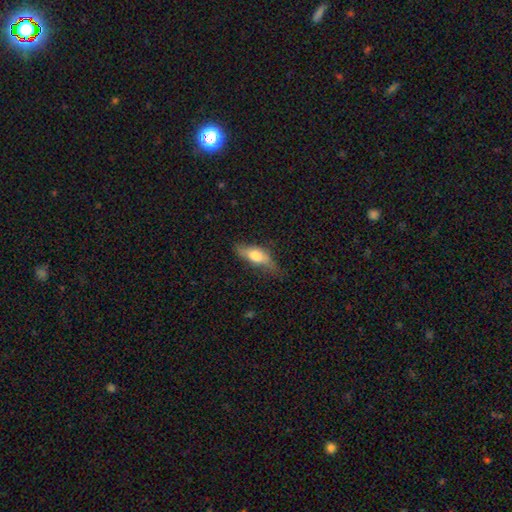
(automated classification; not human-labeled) Smooth or featured: smooth — 63% (featured or disk — 30%)
How rounded: in between — 66% (cigar-shaped — 31%)
Merging: none — 61% (minor disturbance — 29%)